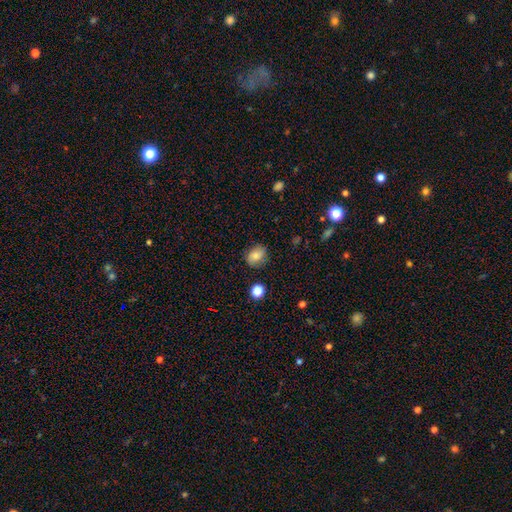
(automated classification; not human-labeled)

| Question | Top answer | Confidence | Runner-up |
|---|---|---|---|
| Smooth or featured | smooth | 75% | featured or disk (15%) |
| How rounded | round | 52% | in between (47%) |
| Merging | none | 79% | minor disturbance (16%) |